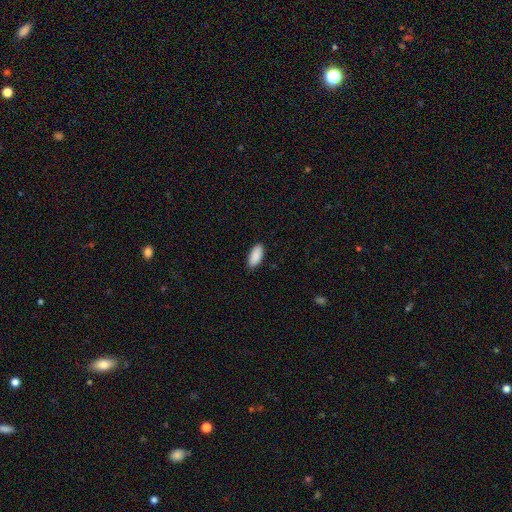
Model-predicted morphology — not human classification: Overall: smooth (91%). How rounded: in between (90%). Merging: none (89%).